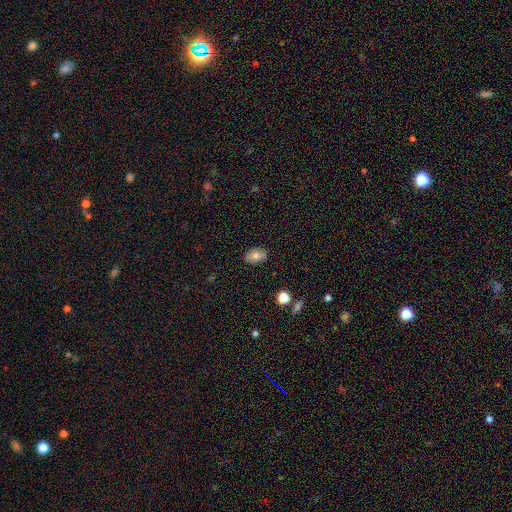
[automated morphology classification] This is likely a smooth galaxy (74%). How rounded: clearly in between (87%). Merging: clearly none (85%).